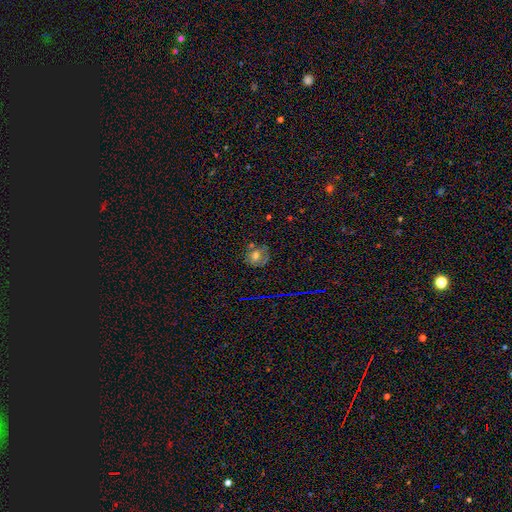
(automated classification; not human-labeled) Morphology: type=smooth (58%); roundness=round (72%); merging=none (57%).